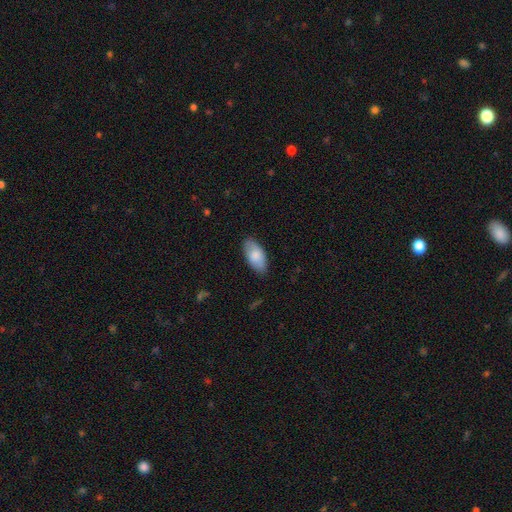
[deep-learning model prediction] Overall: smooth (80%). How rounded: in between (92%). Merging: none (84%).